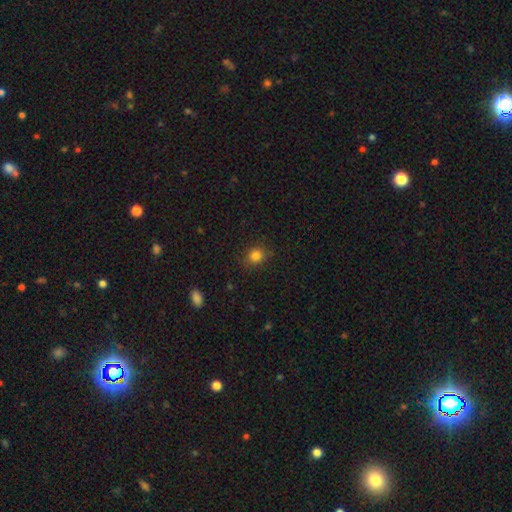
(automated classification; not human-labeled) A smooth galaxy with no disk features (81%) that is round (73%). Merging: none (84%).